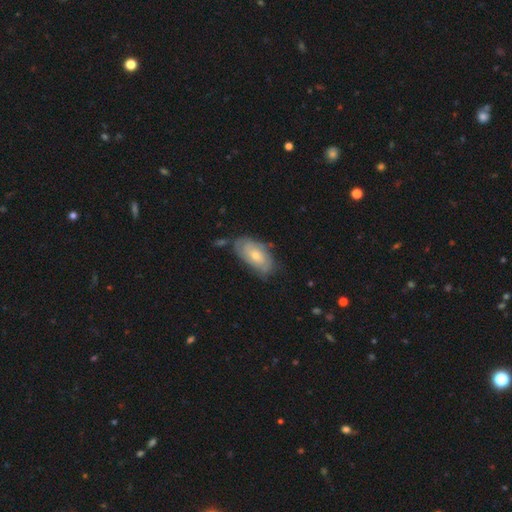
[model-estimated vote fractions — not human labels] Overall: featured or disk (55%; smooth 39%). Edge-on disk: no (91%). Bar: no (71%). Spiral arms: yes (78%). Bulge size: moderate (54%; small 39%). Merging: none (65%).